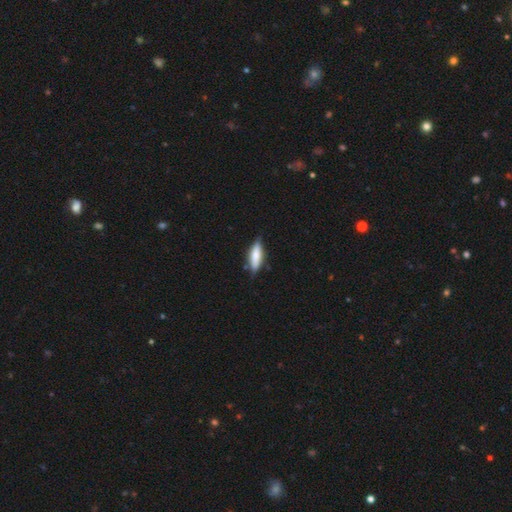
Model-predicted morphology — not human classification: Smooth or featured? smooth (64%)
How rounded? cigar-shaped (55%)
Merging? none (77%)